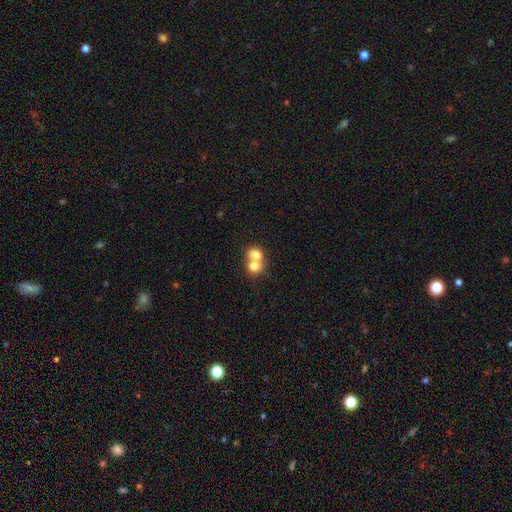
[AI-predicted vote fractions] Q: Smooth or featured?
A: smooth (74%); runner-up: featured or disk (17%)
Q: How rounded?
A: round (59%); runner-up: in between (40%)
Q: Merging?
A: merger (72%); runner-up: none (20%)